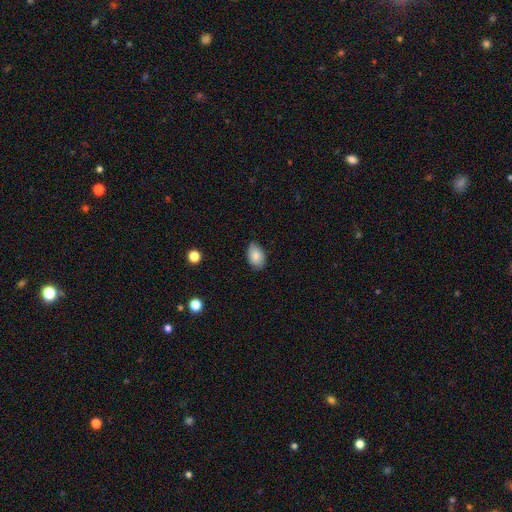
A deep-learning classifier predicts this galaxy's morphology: type=smooth (85%); roundness=in between (87%); merging=none (81%).